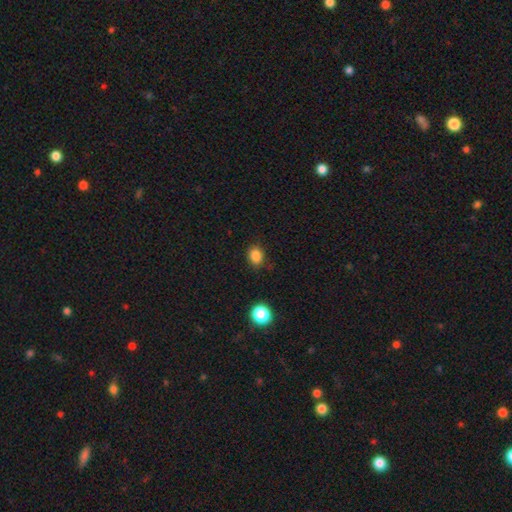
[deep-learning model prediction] smooth 85%, star or artifact 12%, featured or disk 4%. Down the decision tree: how rounded — round (50%); merging — none (83%).